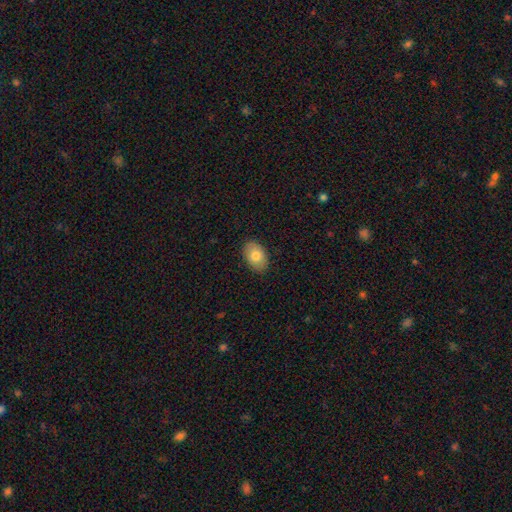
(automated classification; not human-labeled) Smooth or featured? Predicted: smooth (p=0.79). How rounded? Predicted: in between (p=0.86). Merging? Predicted: none (p=0.87).